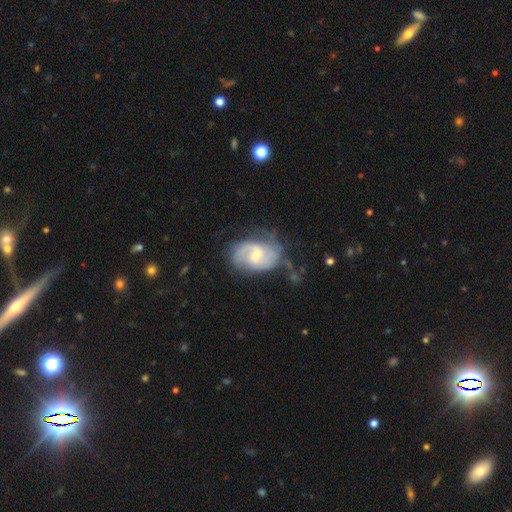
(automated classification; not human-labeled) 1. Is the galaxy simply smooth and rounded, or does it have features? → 78% featured or disk, 16% smooth, 6% star or artifact.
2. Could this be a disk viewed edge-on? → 97% no, 3% yes.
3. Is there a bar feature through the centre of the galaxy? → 48% weak, 44% no, 9% strong.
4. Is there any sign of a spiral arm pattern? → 92% yes, 8% no.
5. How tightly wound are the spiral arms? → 44% medium, 37% tight, 20% loose.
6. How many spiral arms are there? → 60% 2, 21% can't tell, 8% 3, 6% 1, 2% 4, 2% more than 4.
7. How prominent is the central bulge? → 49% small, 46% moderate, 2% none, 2% large, 1% dominant.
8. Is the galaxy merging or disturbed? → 57% none, 27% minor disturbance, 13% major disturbance, 3% merger.